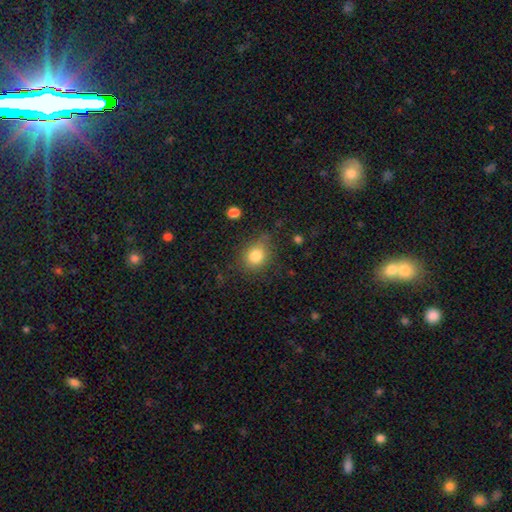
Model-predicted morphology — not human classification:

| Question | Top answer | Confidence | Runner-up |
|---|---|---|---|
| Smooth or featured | smooth | 81% | star or artifact (11%) |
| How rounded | round | 63% | in between (36%) |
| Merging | none | 71% | minor disturbance (20%) |